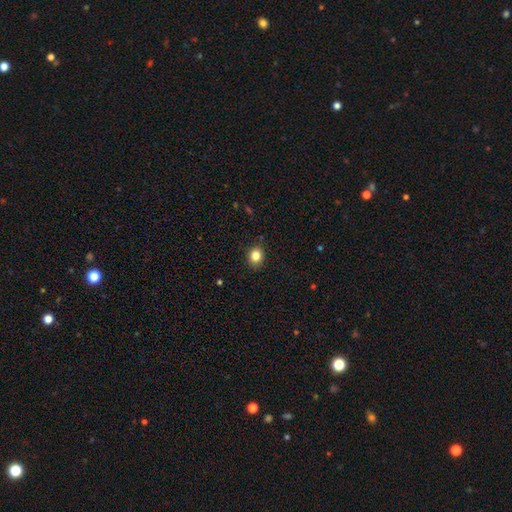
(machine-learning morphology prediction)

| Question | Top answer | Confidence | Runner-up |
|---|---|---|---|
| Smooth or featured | smooth | 83% | star or artifact (11%) |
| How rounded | round | 66% | in between (33%) |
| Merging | none | 90% | minor disturbance (8%) |